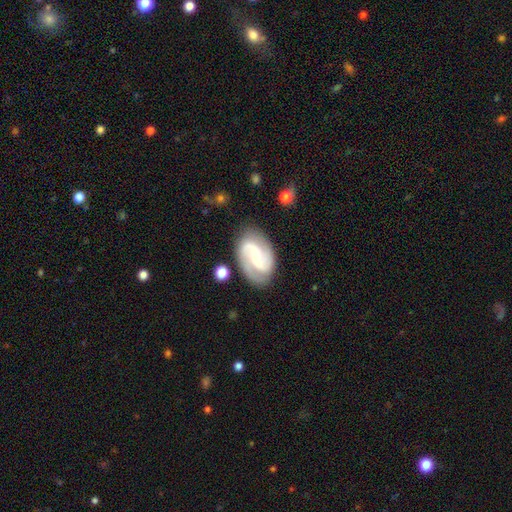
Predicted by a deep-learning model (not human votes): Overall: featured or disk (87%). Edge-on disk: no (97%). Bar: weak (43%; no 39%). Spiral arms: yes (97%). Spiral arm count: 2 (88%). Spiral winding: medium (50%; tight 30%). Bulge size: small (56%; moderate 34%). Merging: none (81%).